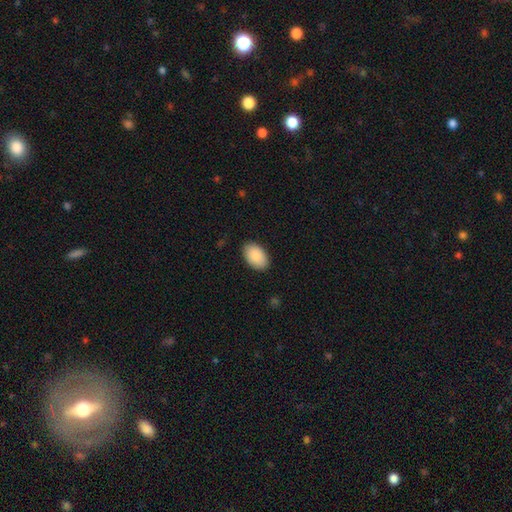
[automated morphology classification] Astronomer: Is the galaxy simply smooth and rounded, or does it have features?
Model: smooth — 89%.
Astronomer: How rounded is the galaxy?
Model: in between — 93%.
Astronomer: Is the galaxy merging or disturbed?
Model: none — 88%.